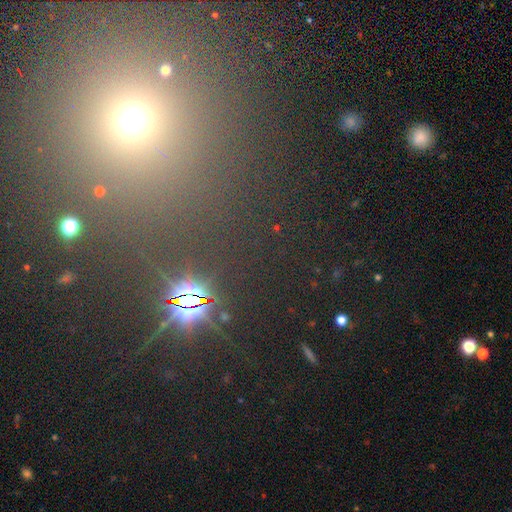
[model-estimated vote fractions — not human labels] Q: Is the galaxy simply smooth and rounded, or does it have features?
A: star or artifact — 67%.